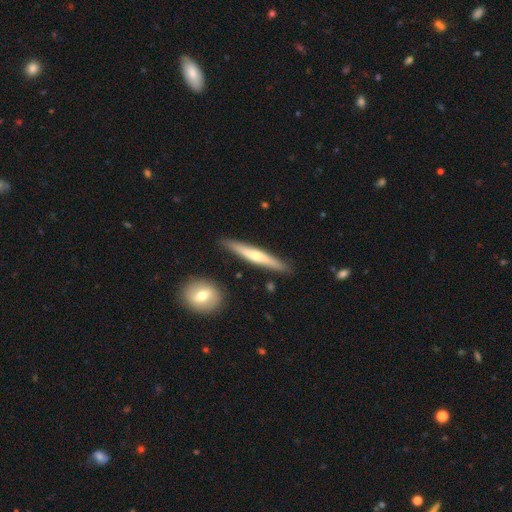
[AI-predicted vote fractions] Q: Smooth or featured?
A: featured or disk (55%); runner-up: smooth (40%)
Q: Edge-on disk?
A: yes (94%); runner-up: no (6%)
Q: Edge-on bulge?
A: rounded (79%); runner-up: none (16%)
Q: Merging?
A: none (86%); runner-up: minor disturbance (9%)